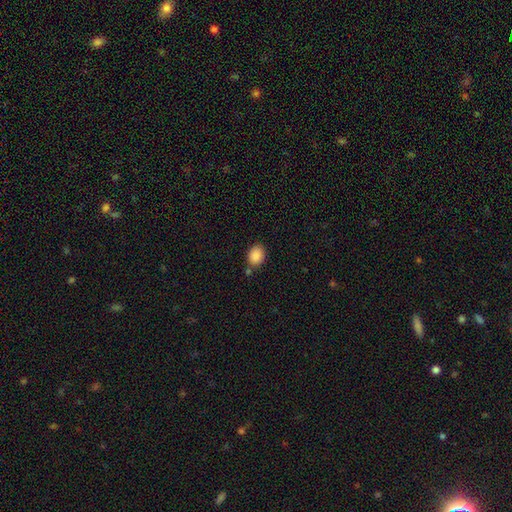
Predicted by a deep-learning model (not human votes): smooth 88%, star or artifact 8%, featured or disk 4%. Down the decision tree: how rounded — in between (68%); merging — none (72%).